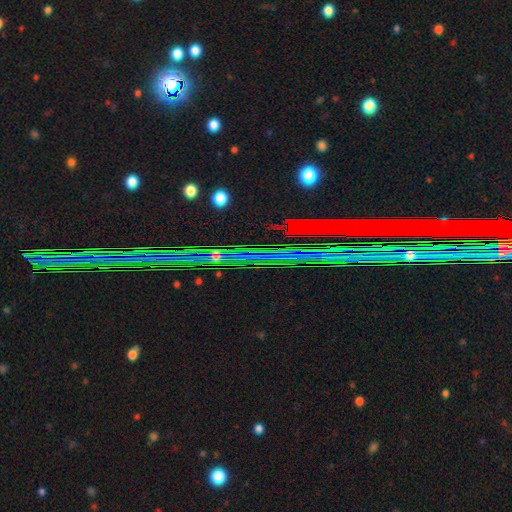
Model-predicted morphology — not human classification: Overall: star or artifact (80%).